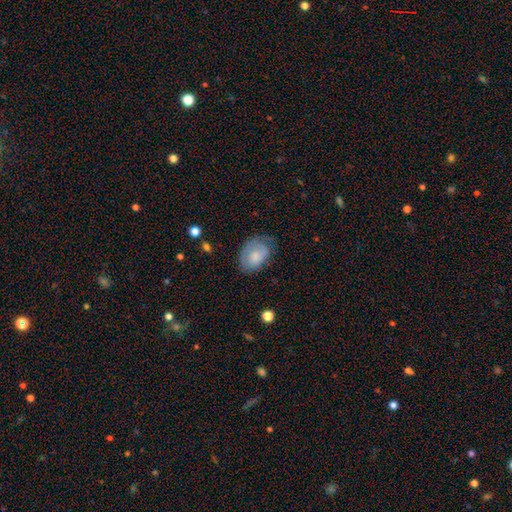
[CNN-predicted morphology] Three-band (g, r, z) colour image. It shows a smooth galaxy with no disk features (66%) that is in between round and cigar-shaped (83%). Merging: none (52%).